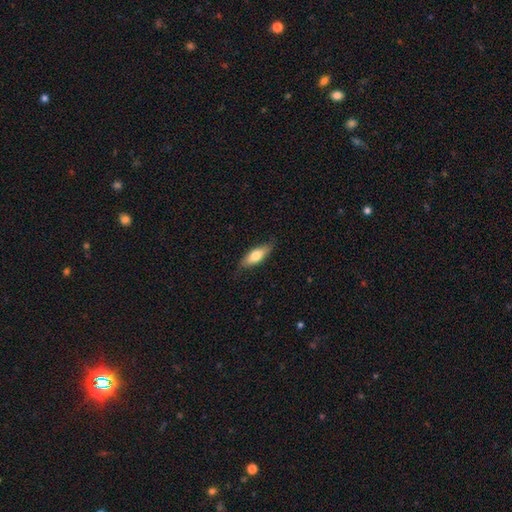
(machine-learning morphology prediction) Smooth or featured? Predicted: smooth (p=0.70). How rounded? Predicted: in between (p=0.66). Merging? Predicted: none (p=0.78).